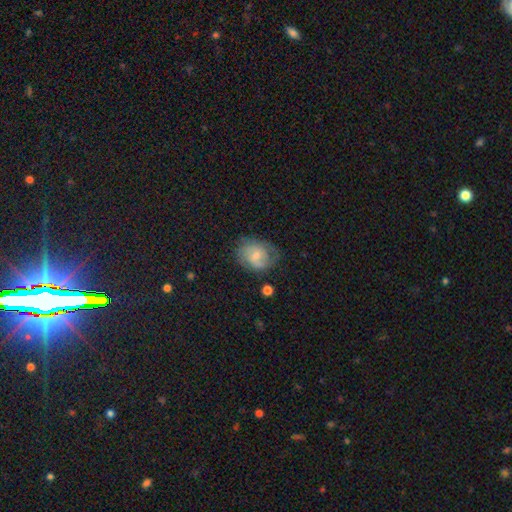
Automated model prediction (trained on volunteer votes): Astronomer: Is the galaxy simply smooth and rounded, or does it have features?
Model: featured or disk — 48% (runner-up: smooth, 44%).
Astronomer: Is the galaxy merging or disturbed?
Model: none — 60%.